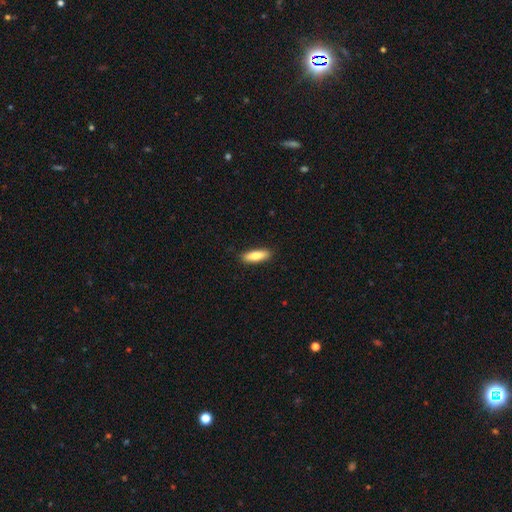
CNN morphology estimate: This is clearly a smooth galaxy (80%). How rounded: possibly cigar-shaped (52%). Merging: clearly none (89%).